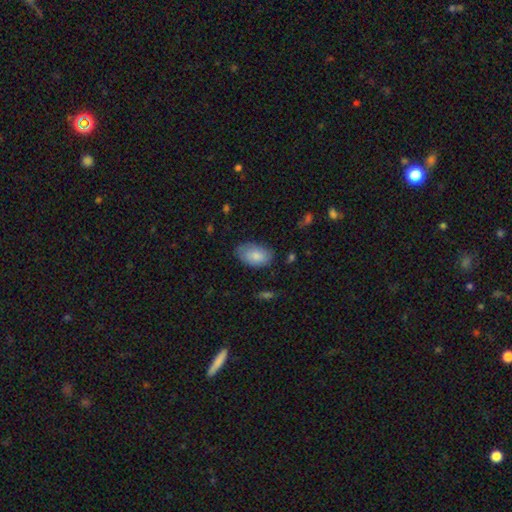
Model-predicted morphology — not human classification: Overall: smooth (83%). How rounded: in between (93%). Merging: none (74%).